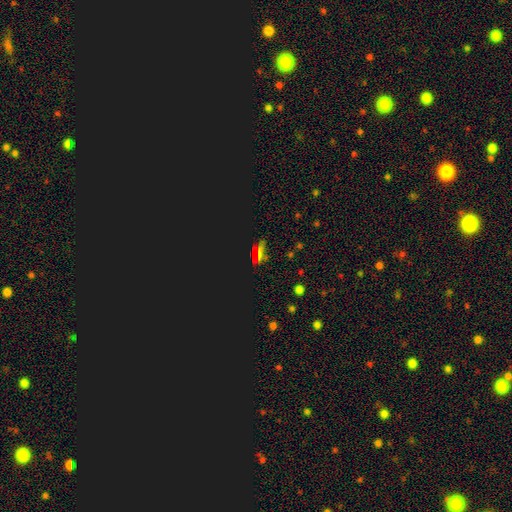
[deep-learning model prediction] The model was most divided on "smooth or featured": star or artifact: 67%, smooth: 24%, featured or disk: 9%.